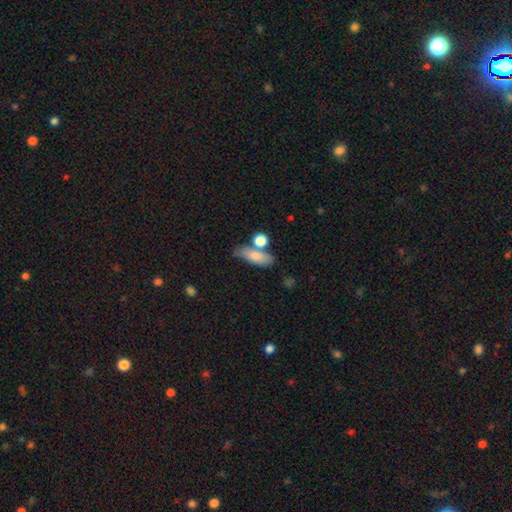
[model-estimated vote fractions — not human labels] Smooth or featured? smooth (77%)
How rounded? in between (66%)
Merging? none (53%)